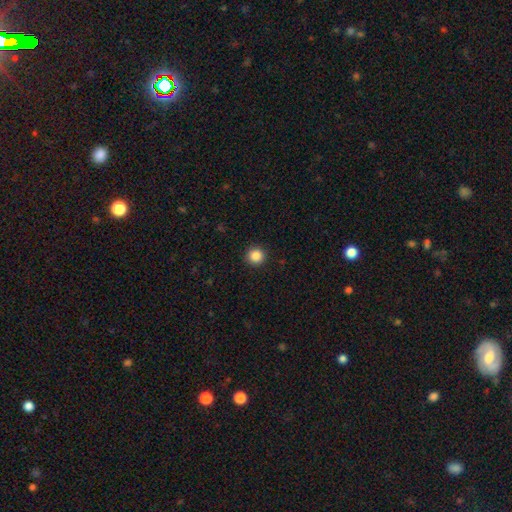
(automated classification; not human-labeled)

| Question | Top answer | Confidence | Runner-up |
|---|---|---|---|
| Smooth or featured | smooth | 86% | star or artifact (10%) |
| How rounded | round | 95% | in between (4%) |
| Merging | none | 92% | minor disturbance (5%) |